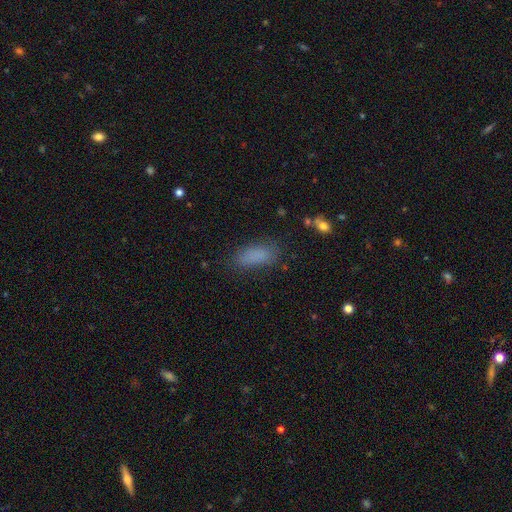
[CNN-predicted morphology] Q: Smooth or featured?
A: smooth (83%); runner-up: star or artifact (11%)
Q: How rounded?
A: in between (80%); runner-up: cigar-shaped (17%)
Q: Merging?
A: none (77%); runner-up: minor disturbance (15%)